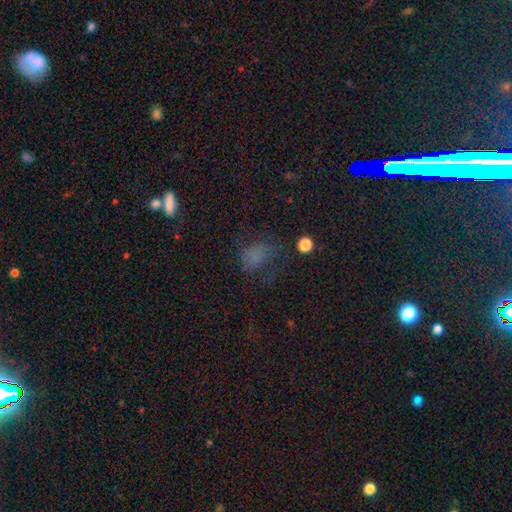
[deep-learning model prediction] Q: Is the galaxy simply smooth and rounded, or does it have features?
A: smooth — 59%.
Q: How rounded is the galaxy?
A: in between — 62%.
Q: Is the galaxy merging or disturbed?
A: none — 43%.